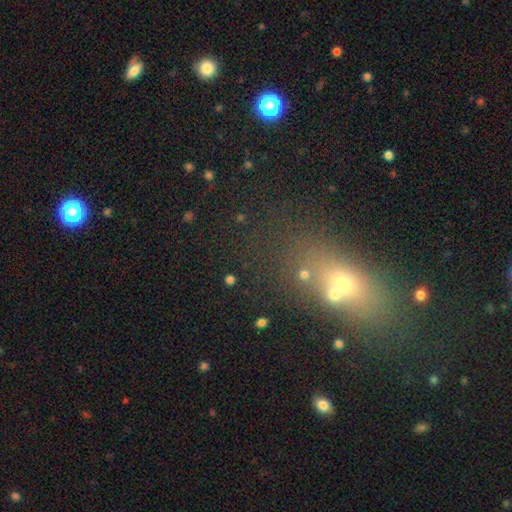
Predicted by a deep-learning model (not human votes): Morphology: type=smooth (46%); merging=none (57%).